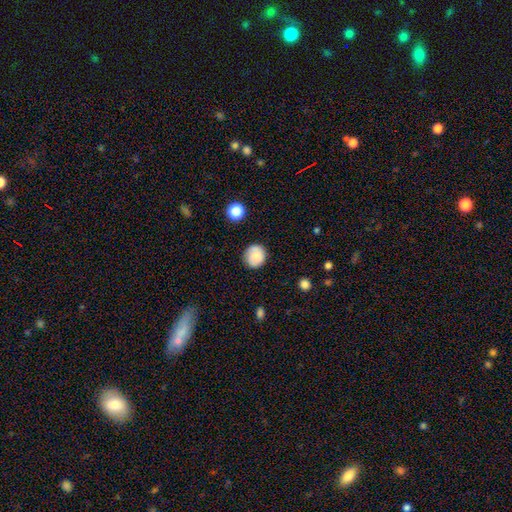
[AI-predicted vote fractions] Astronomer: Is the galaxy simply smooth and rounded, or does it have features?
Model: smooth — 79%.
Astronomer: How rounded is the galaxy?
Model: round — 87%.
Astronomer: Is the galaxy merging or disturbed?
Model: none — 85%.